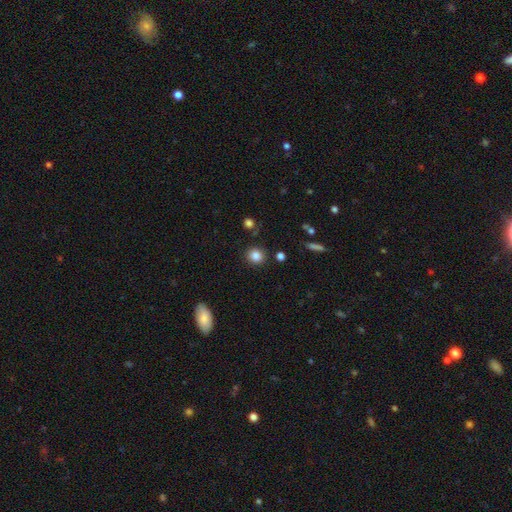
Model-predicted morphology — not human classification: Smooth or featured: smooth — 84% (star or artifact — 11%)
How rounded: round — 89% (in between — 10%)
Merging: none — 88% (minor disturbance — 7%)